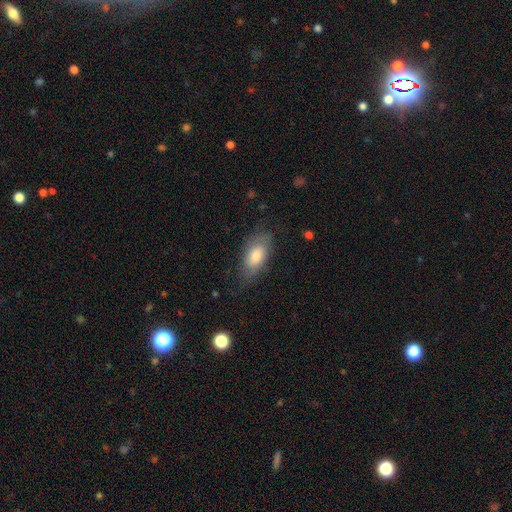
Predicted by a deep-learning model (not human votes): This is likely a smooth galaxy (67%). How rounded: clearly in between (89%). Merging: likely none (71%).